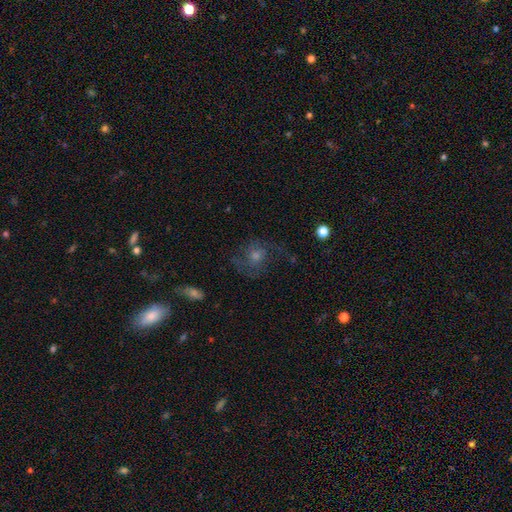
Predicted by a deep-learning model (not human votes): Overall: featured or disk (60%; smooth 23%). Edge-on disk: no (96%). Bar: no (76%). Spiral arms: yes (85%). Bulge size: moderate (54%; small 30%). Merging: none (66%).